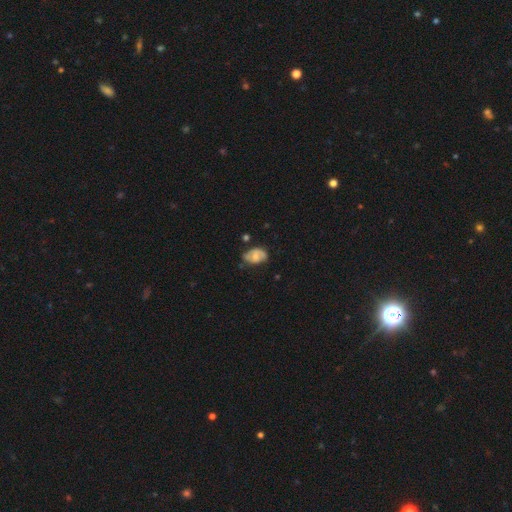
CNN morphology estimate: smooth-or-featured: featured or disk: 48% | smooth: 45% | star or artifact: 8%
  merging: none: 53% | minor disturbance: 33% | major disturbance: 11% | merger: 4%